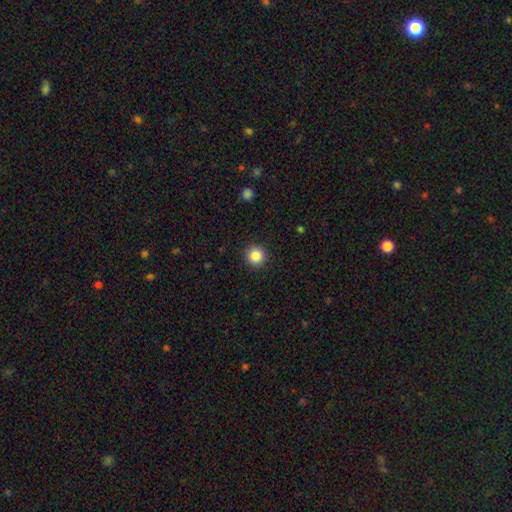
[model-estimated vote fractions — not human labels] Morphology: type=smooth (86%); roundness=round (95%); merging=none (92%).